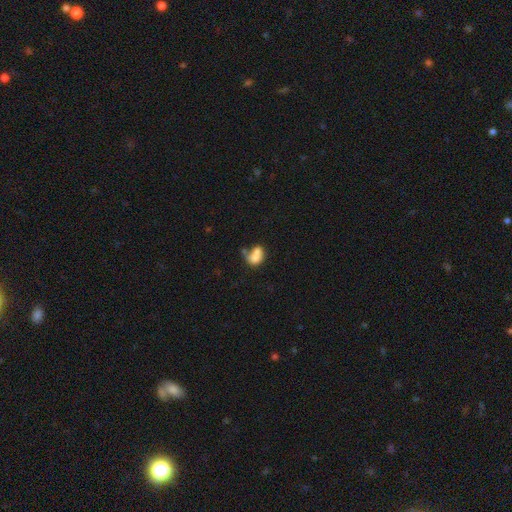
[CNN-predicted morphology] This is likely a smooth galaxy (71%). How rounded: likely in between (74%). Merging: possibly merger (48%).